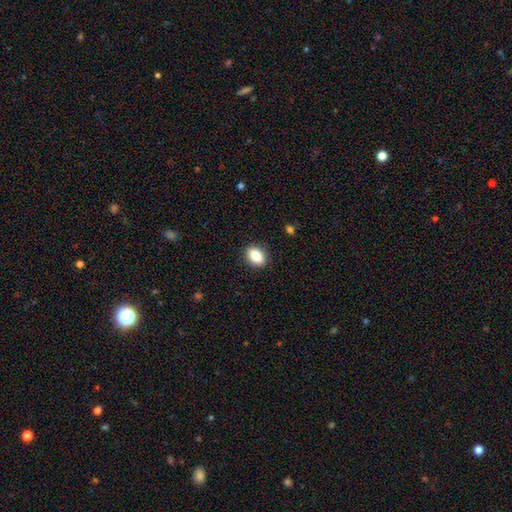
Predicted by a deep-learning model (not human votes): The model was most divided on "how rounded": in between: 80%, round: 18%, cigar-shaped: 2%. More confident: merging — none (89%); smooth or featured — smooth (86%).